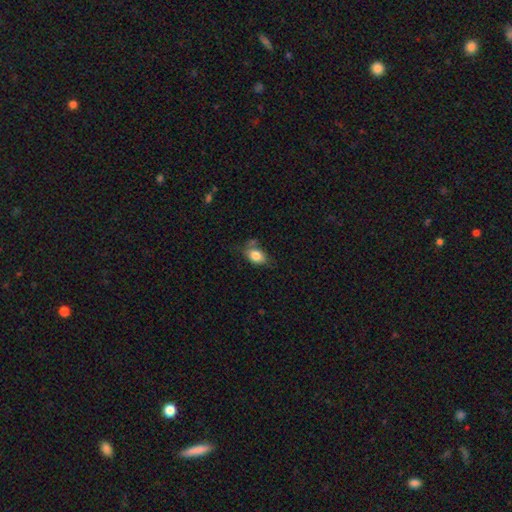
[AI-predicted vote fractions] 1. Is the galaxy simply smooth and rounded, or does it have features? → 82% smooth, 10% featured or disk, 8% star or artifact.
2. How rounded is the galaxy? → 81% in between, 18% round, 2% cigar-shaped.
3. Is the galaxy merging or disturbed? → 56% none, 26% minor disturbance, 9% merger, 8% major disturbance.